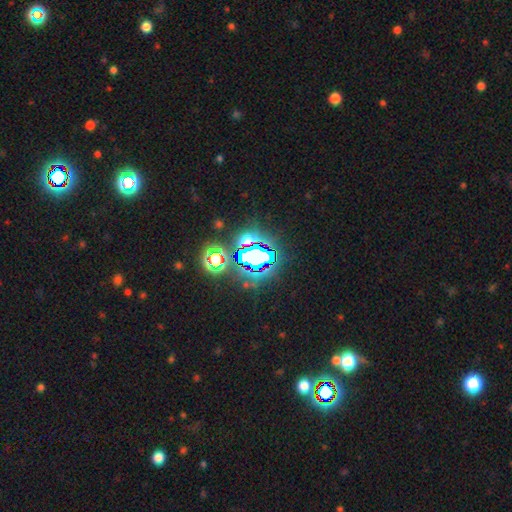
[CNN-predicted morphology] Smooth or featured? Predicted: star or artifact (p=0.78).